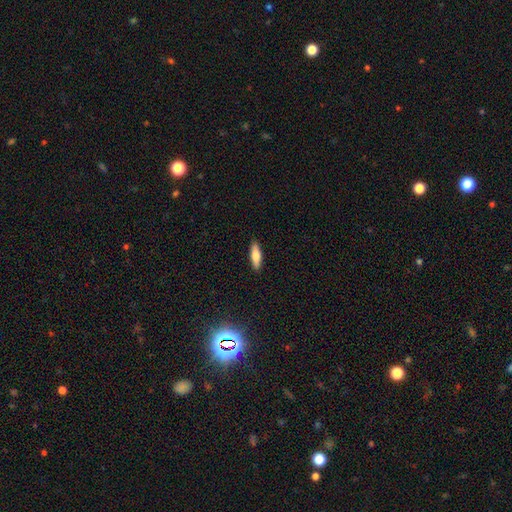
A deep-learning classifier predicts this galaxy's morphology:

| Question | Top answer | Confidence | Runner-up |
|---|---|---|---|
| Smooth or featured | smooth | 67% | featured or disk (27%) |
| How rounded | cigar-shaped | 55% | in between (43%) |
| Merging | none | 90% | minor disturbance (7%) |